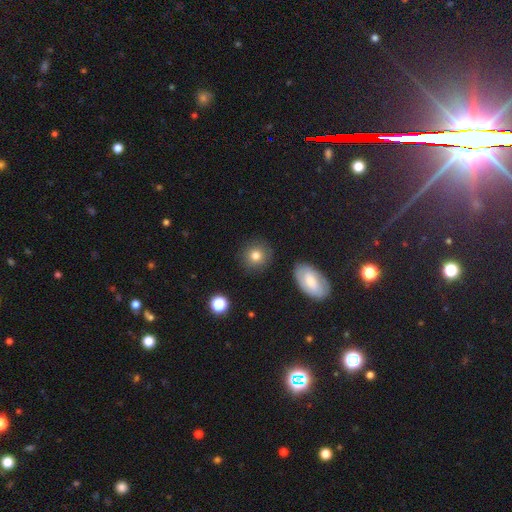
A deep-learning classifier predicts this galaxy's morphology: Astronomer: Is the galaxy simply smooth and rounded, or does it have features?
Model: smooth — 78%.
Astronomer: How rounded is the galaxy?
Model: round — 89%.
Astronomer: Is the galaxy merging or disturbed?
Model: none — 86%.